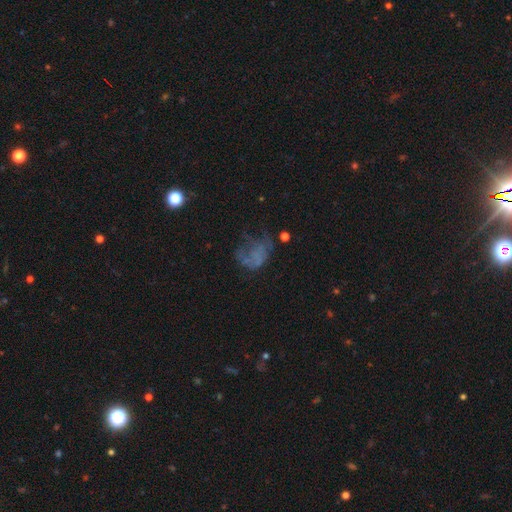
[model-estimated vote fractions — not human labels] A featured or disk galaxy (43%).

Vote fractions:
- Smooth or featured? featured or disk: 43% / smooth: 35% / star or artifact: 22%
- Merging? major disturbance: 45% / none: 31% / minor disturbance: 19% / merger: 5%